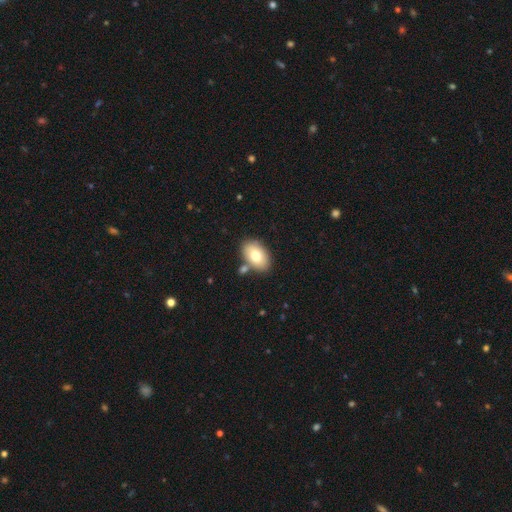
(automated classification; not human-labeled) The model was most divided on "smooth or featured": smooth: 76%, featured or disk: 17%, star or artifact: 7%. More confident: how rounded — in between (91%); merging — none (74%).